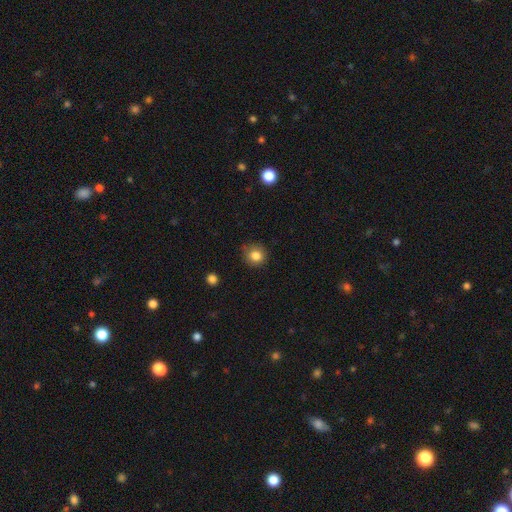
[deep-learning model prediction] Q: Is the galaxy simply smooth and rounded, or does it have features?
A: smooth — 83%.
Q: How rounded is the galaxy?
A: round — 88%.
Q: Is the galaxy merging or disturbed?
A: none — 82%.